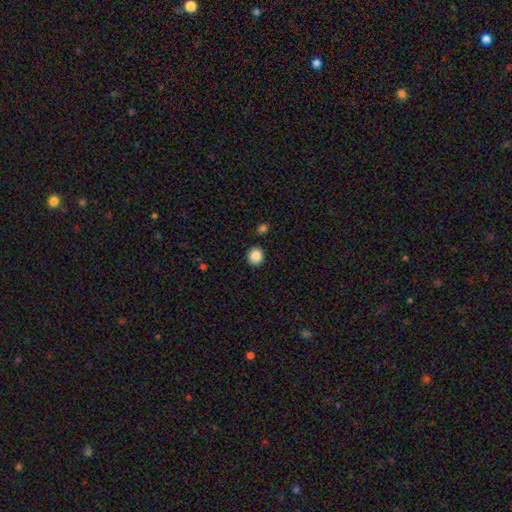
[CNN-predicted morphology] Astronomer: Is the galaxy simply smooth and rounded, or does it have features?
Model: smooth — 87%.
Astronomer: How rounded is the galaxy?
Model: round — 86%.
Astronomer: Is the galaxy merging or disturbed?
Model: none — 89%.